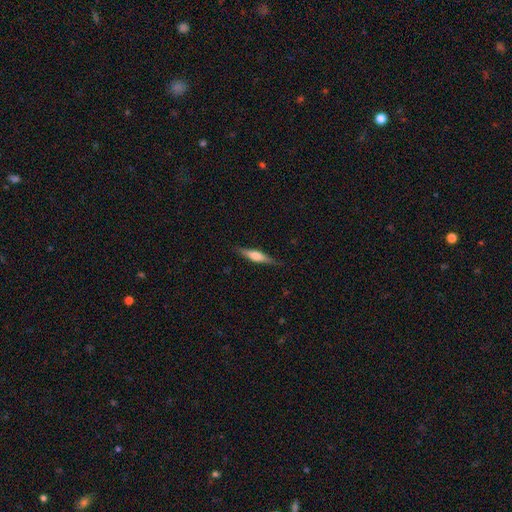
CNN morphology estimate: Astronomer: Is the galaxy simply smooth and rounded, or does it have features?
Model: featured or disk — 55% (runner-up: smooth, 39%).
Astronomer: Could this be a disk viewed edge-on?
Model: yes — 96%.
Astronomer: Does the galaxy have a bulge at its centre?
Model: rounded — 78%.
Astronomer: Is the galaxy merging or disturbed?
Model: none — 87%.